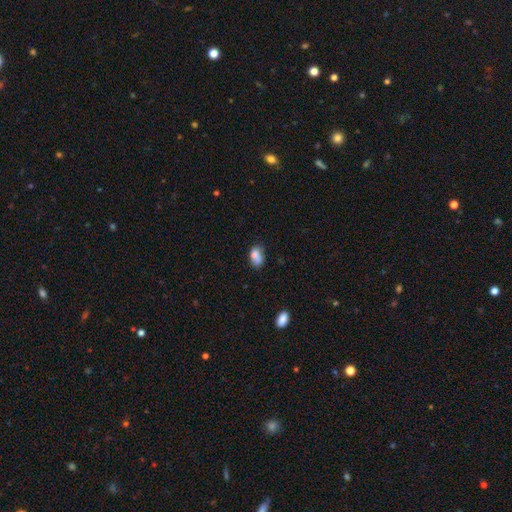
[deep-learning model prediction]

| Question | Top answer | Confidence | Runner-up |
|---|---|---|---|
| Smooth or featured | smooth | 78% | featured or disk (13%) |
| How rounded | in between | 85% | round (14%) |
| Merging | none | 50% | minor disturbance (28%) |